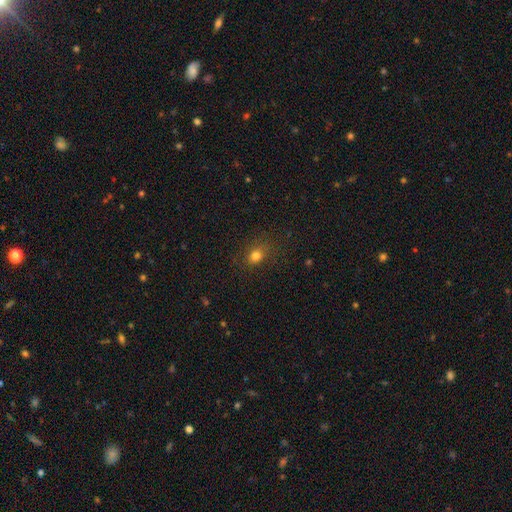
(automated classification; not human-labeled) Q: Smooth or featured?
A: smooth (79%); runner-up: star or artifact (14%)
Q: How rounded?
A: round (51%); runner-up: in between (47%)
Q: Merging?
A: none (81%); runner-up: minor disturbance (13%)